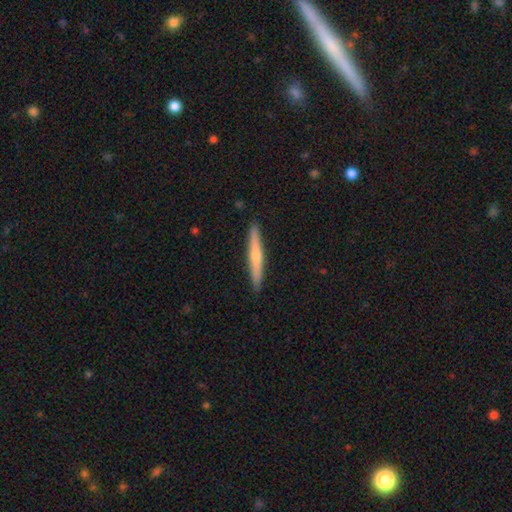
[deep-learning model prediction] This appears to be a smooth galaxy with no disk features (48%). Merging: none (92%).